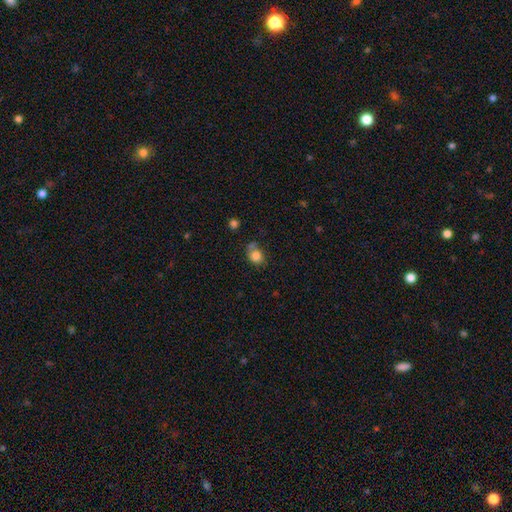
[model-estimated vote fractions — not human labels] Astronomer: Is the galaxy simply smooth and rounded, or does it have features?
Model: smooth — 82%.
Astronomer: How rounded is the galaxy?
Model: round — 63%.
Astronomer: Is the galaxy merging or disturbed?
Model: none — 54%.